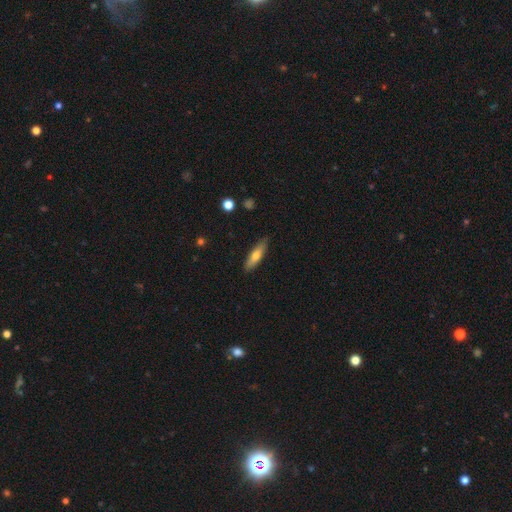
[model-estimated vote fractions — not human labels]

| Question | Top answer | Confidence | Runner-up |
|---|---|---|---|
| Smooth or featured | smooth | 64% | featured or disk (30%) |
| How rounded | cigar-shaped | 67% | in between (31%) |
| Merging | none | 86% | minor disturbance (11%) |